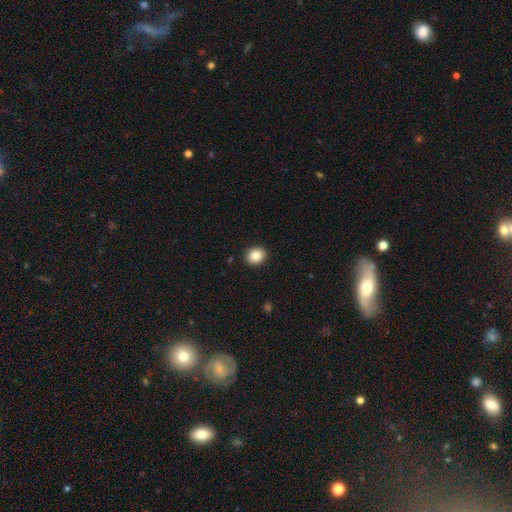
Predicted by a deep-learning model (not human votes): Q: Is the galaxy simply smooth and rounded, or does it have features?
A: smooth — 85%.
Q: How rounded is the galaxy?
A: round — 69%.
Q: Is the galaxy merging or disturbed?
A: none — 92%.